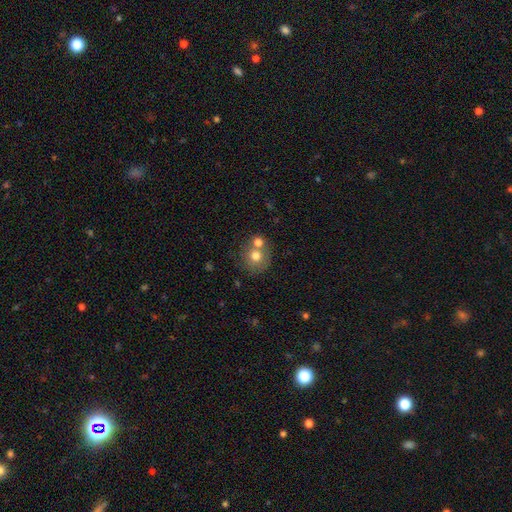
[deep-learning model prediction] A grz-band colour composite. It shows a smooth galaxy with no disk features (72%) that is round (85%). Merging: none (53%).